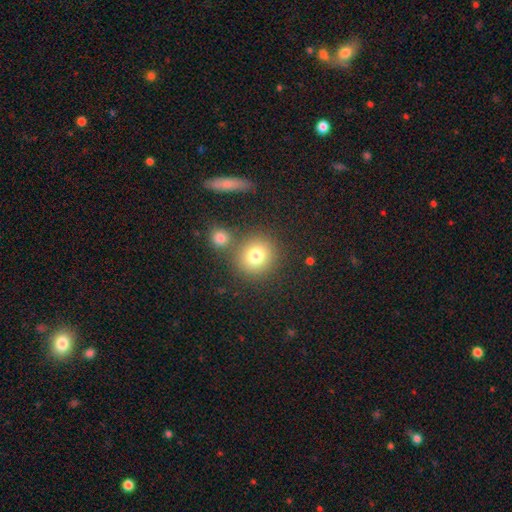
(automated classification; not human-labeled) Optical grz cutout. It shows a smooth galaxy with no disk features (77%) that is round (87%). Merging: none (72%).